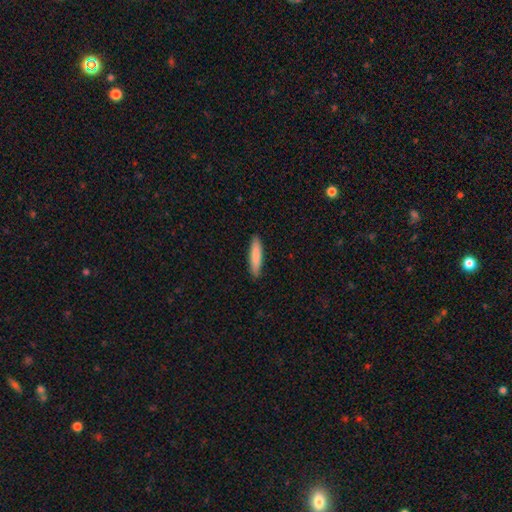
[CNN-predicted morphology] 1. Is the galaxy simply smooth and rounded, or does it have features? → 84% smooth, 11% featured or disk, 5% star or artifact.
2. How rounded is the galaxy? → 80% cigar-shaped, 18% in between, 1% round.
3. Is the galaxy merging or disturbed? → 89% none, 8% minor disturbance, 2% major disturbance, 1% merger.